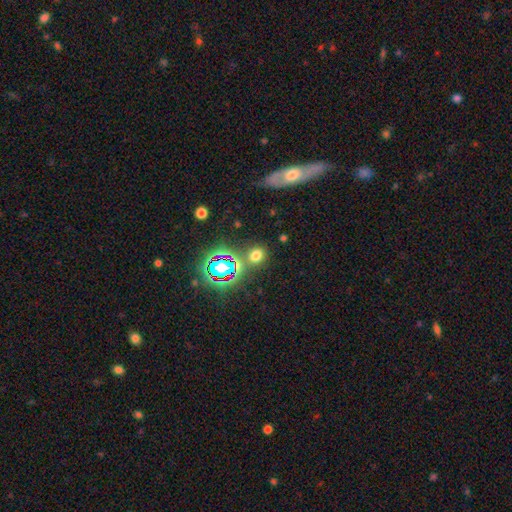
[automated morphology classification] A smooth galaxy with no disk features (63%) that is round (67%). Merging: none (80%).